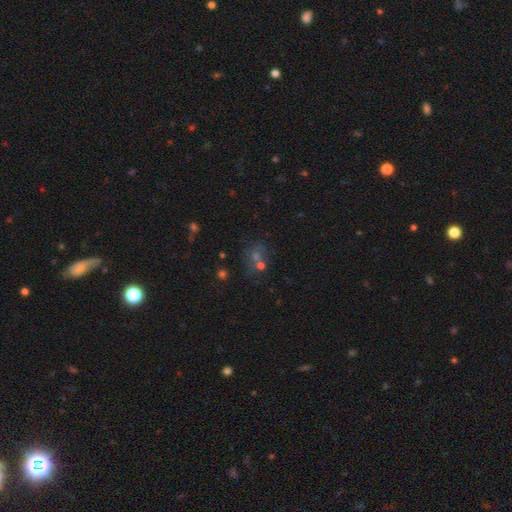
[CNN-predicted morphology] Overall: smooth (45%; star or artifact 37%). Merging: none (50%; merger 33%).